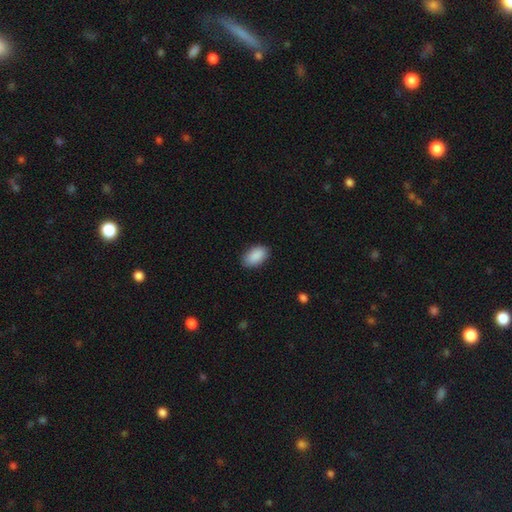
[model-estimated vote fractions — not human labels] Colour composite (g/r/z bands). It shows a smooth galaxy with no disk features (90%) that is in between round and cigar-shaped (94%). Merging: none (86%).